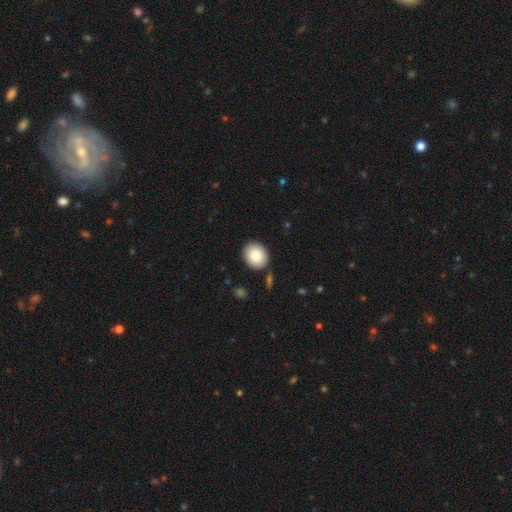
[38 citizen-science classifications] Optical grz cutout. It shows a smooth galaxy with no disk features (87%) that is round (55%). Merging: none (80%).